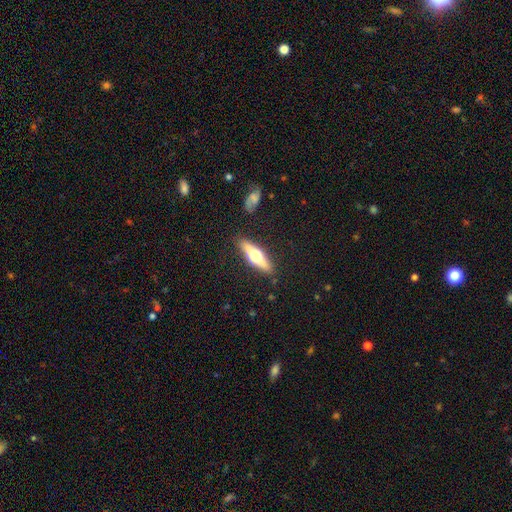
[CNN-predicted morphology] smooth-or-featured: featured or disk: 49% | smooth: 46% | star or artifact: 6%
  merging: none: 86% | minor disturbance: 10% | major disturbance: 2% | merger: 2%